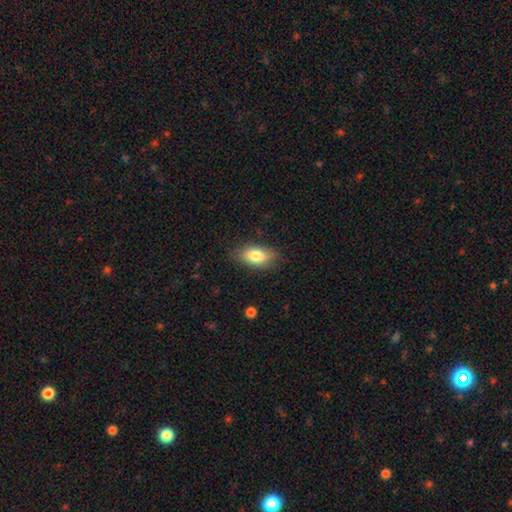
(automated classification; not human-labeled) Overall: smooth (80%). How rounded: in between (88%). Merging: none (80%).